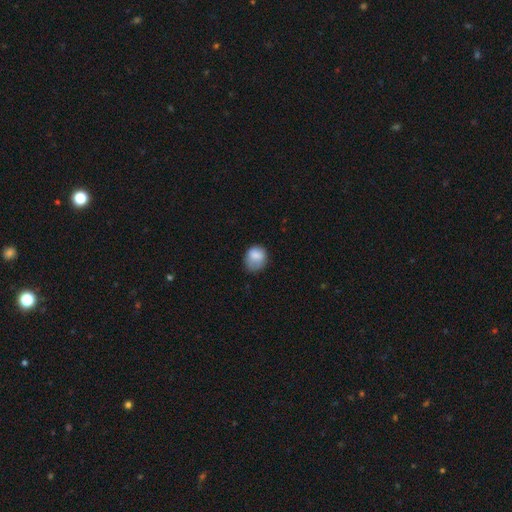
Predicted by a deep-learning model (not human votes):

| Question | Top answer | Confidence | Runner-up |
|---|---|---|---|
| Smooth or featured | smooth | 80% | featured or disk (11%) |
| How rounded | round | 57% | in between (42%) |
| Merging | none | 53% | minor disturbance (32%) |